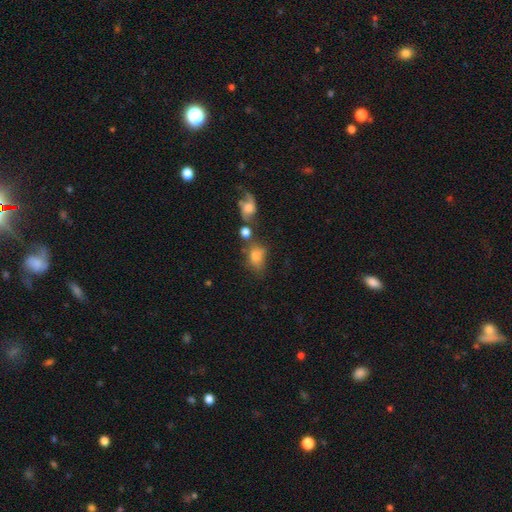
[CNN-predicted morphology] Smooth or featured: smooth — 70% (featured or disk — 17%)
How rounded: in between — 70% (round — 28%)
Merging: none — 37% (merger — 25%)